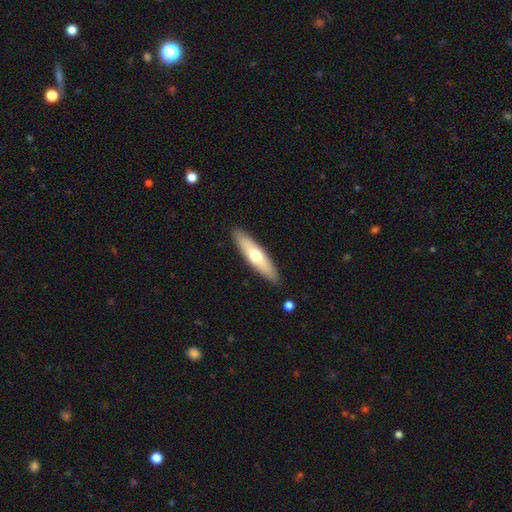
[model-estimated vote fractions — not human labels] Morphology: type=smooth (56%); roundness=cigar-shaped (76%); merging=none (89%).